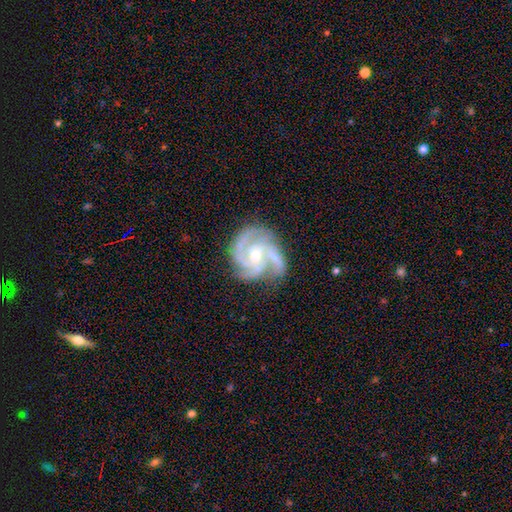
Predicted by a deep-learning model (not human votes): Morphology: type=featured or disk (92%); edge-on=no (98%); bar=no (63%); spiral arms=yes (99%); winding=tight (52%); arm count=3 (72%); bulge=small (52%); merging=none (71%).